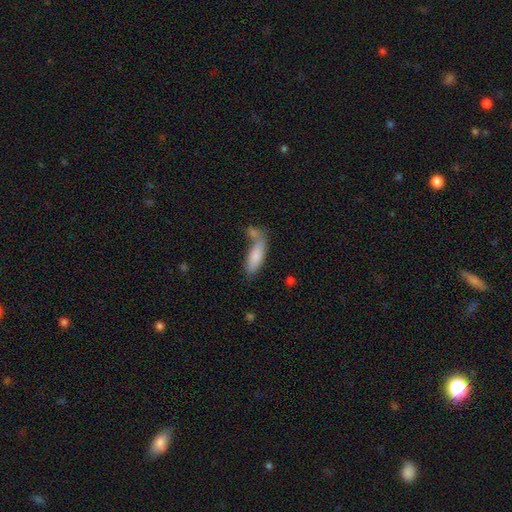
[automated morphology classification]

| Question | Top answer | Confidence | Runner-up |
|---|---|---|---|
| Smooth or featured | smooth | 82% | featured or disk (11%) |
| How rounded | in between | 62% | cigar-shaped (36%) |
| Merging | none | 47% | merger (30%) |